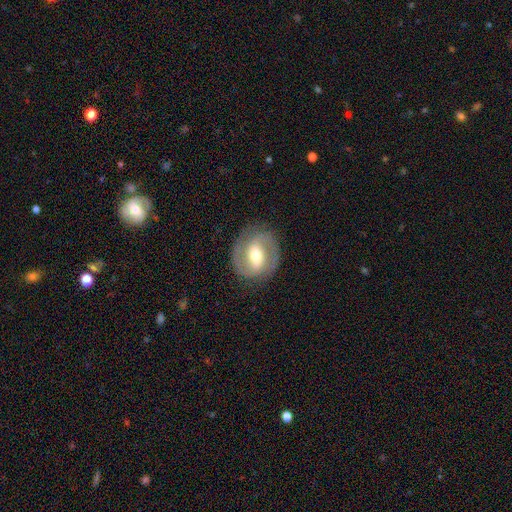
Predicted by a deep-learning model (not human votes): Smooth or featured? featured or disk (81%)
Edge-on disk? no (97%)
Bar? weak (41%, tied with strong)
Spiral arms? yes (91%)
Spiral winding? medium (48%)
Spiral arm count? 2 (90%)
Bulge size? moderate (67%)
Merging? none (85%)